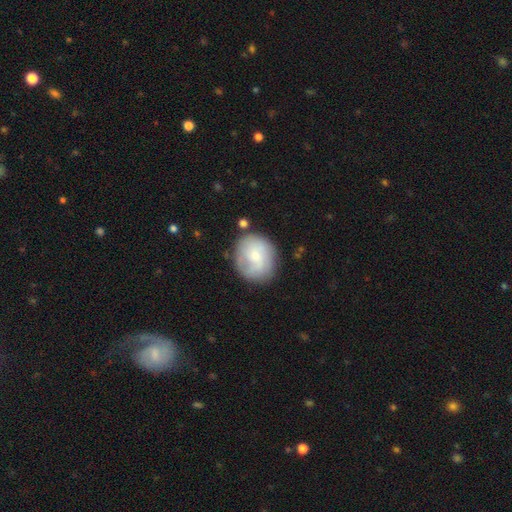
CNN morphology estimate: Overall: smooth (52%; featured or disk 41%). How rounded: round (75%). Merging: none (70%).